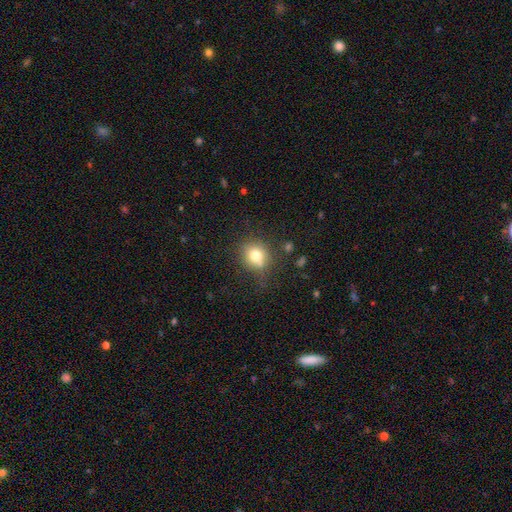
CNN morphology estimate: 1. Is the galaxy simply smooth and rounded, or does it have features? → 75% smooth, 13% star or artifact, 12% featured or disk.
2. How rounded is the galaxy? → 80% round, 19% in between, 1% cigar-shaped.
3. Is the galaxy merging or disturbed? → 67% none, 18% minor disturbance, 8% merger, 6% major disturbance.